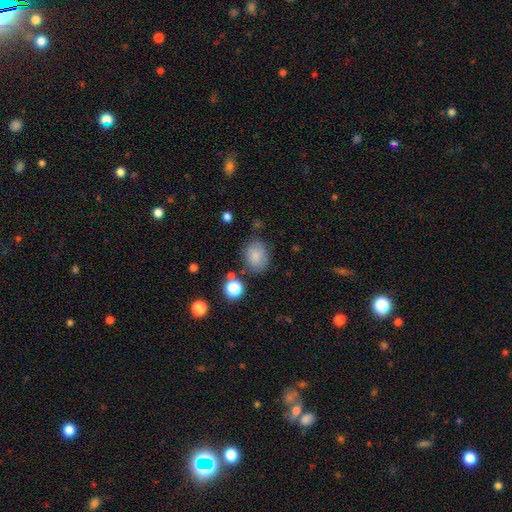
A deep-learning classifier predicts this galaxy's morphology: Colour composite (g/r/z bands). It shows a smooth galaxy with no disk features (78%) that is in between round and cigar-shaped (55%). Merging: none (69%).